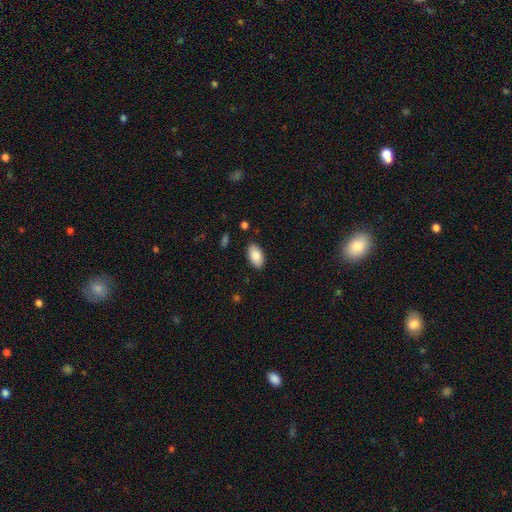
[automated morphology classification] A smooth galaxy with no disk features (87%) that is in between round and cigar-shaped (95%). Merging: none (88%).